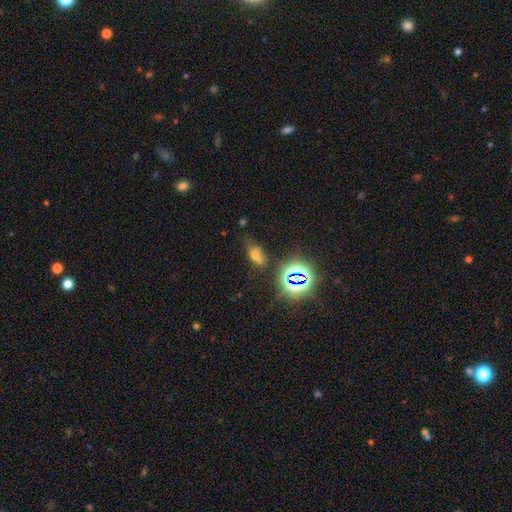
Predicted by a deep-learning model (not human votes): A smooth galaxy with no disk features (49%). Merging: none (63%).